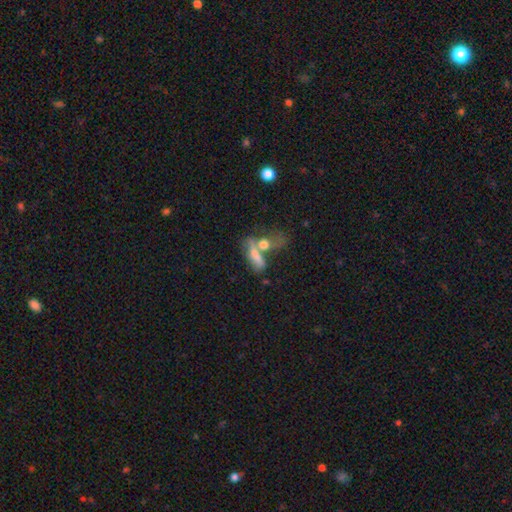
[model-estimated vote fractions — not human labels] Overall: smooth (62%; featured or disk 27%). How rounded: in between (59%; cigar-shaped 33%). Merging: merger (55%; none 21%).